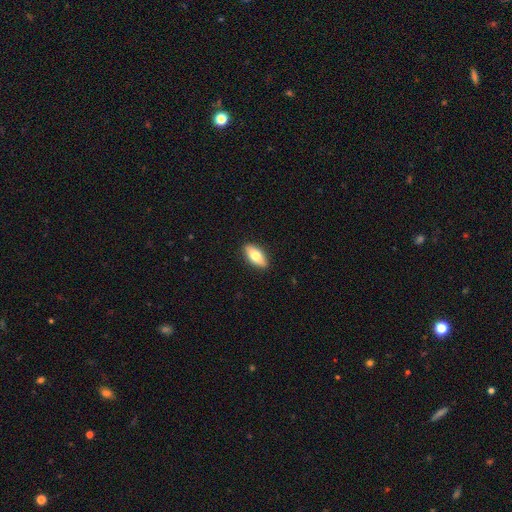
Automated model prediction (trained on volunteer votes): A smooth galaxy with no disk features (71%) that is in between round and cigar-shaped (83%). Merging: none (89%).